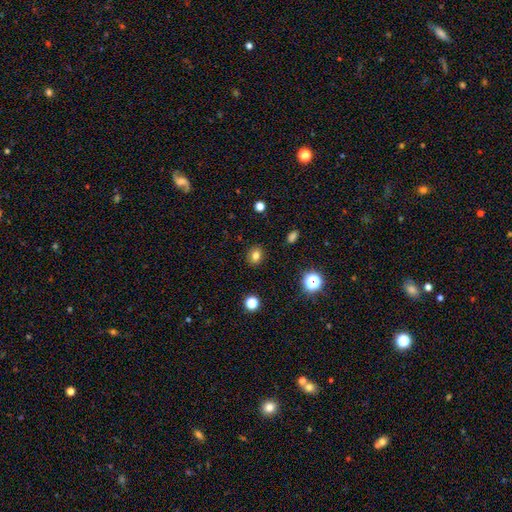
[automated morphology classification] A smooth galaxy with no disk features (78%) that is round (57%). Merging: none (89%).